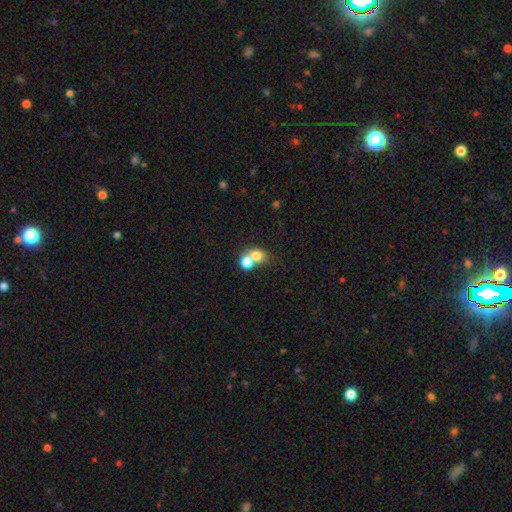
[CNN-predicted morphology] Smooth or featured? smooth (74%)
How rounded? round (66%)
Merging? merger (60%)